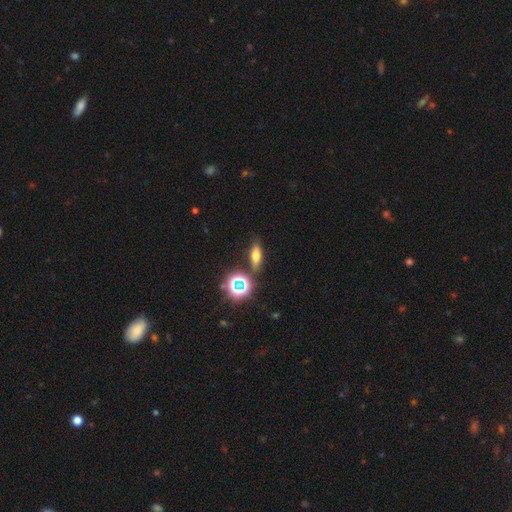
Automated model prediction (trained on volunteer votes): Q: Smooth or featured?
A: smooth (56%); runner-up: featured or disk (22%)
Q: How rounded?
A: in between (53%); runner-up: cigar-shaped (34%)
Q: Merging?
A: none (80%); runner-up: minor disturbance (11%)